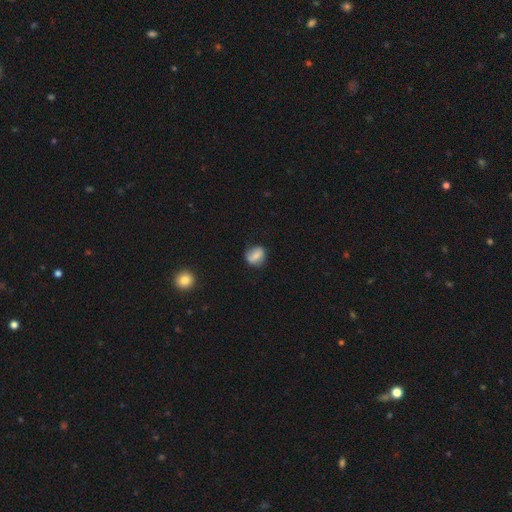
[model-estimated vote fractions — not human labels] Morphology: type=smooth (62%); roundness=round (61%); merging=none (72%).